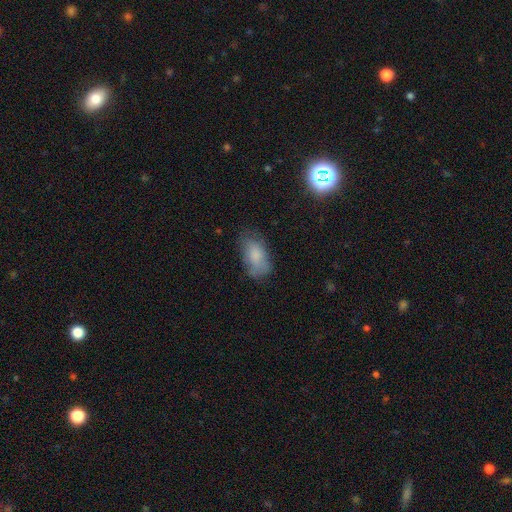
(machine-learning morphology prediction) type=smooth (78%); roundness=in between (92%); merging=none (63%).